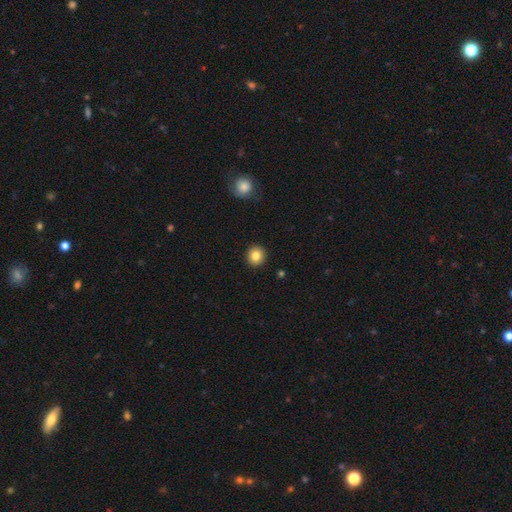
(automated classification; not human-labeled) Smooth or featured? smooth (84%)
How rounded? round (93%)
Merging? none (93%)